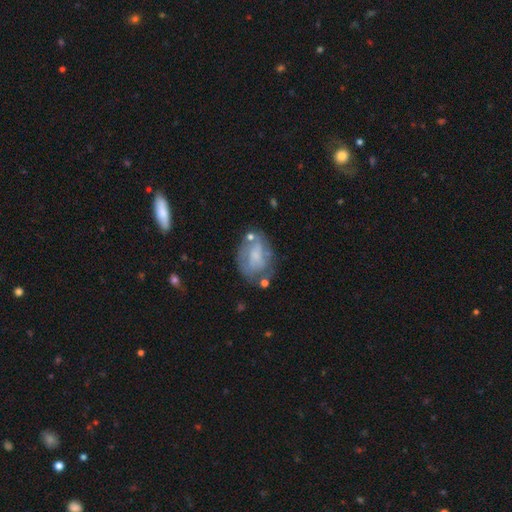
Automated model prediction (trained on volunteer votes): Q: Smooth or featured?
A: featured or disk (50%); runner-up: smooth (41%)
Q: Merging?
A: none (50%); runner-up: minor disturbance (25%)